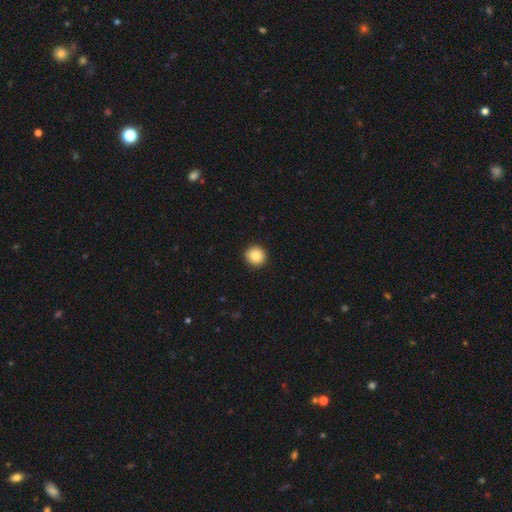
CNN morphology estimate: Smooth or featured? Predicted: smooth (p=0.88). How rounded? Predicted: round (p=0.94). Merging? Predicted: none (p=0.92).